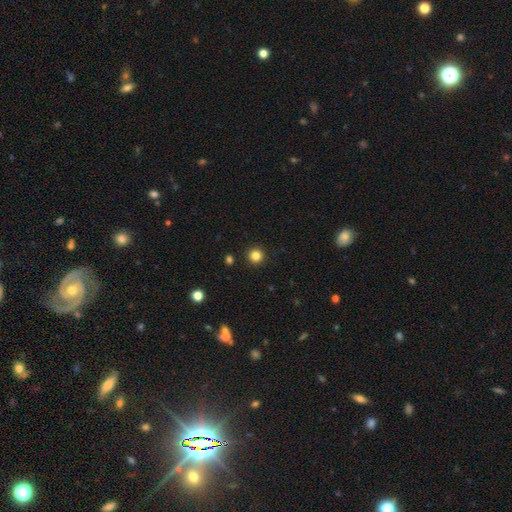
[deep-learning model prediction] This is clearly a smooth galaxy (84%). How rounded: clearly round (95%). Merging: clearly none (93%).